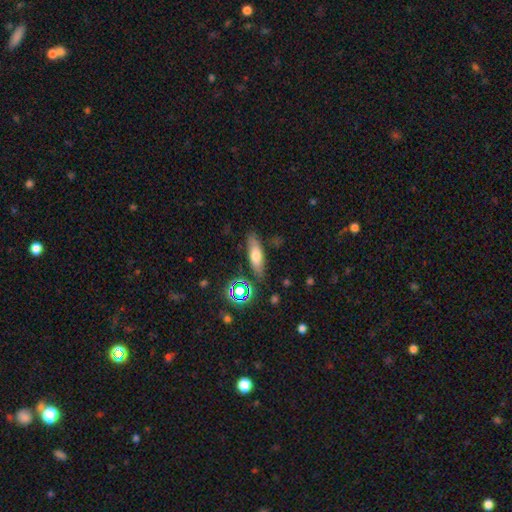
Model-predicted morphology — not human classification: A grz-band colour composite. It shows a smooth galaxy with no disk features (63%) that is in between round and cigar-shaped (48%, tied with cigar-shaped). Merging: none (81%).